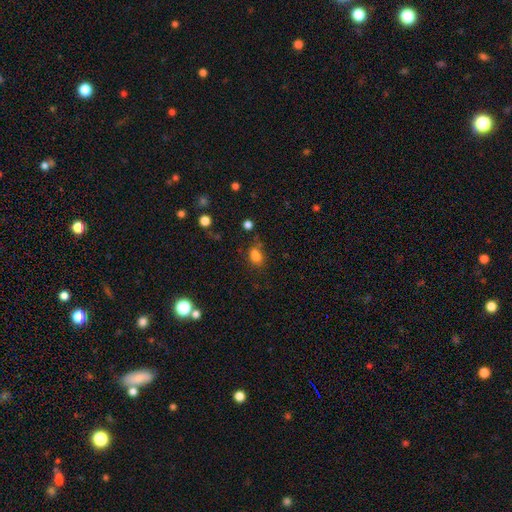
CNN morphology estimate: This is clearly a smooth galaxy (81%). How rounded: likely in between (73%). Merging: likely none (65%).